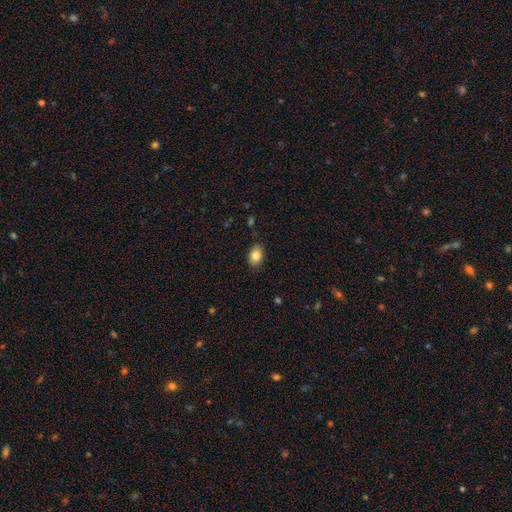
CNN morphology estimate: smooth_or_featured: smooth (p=0.83) [alt: star or artifact p=0.08]
how_rounded: in between (p=0.81) [alt: round p=0.18]
merging: none (p=0.86) [alt: minor disturbance p=0.11]